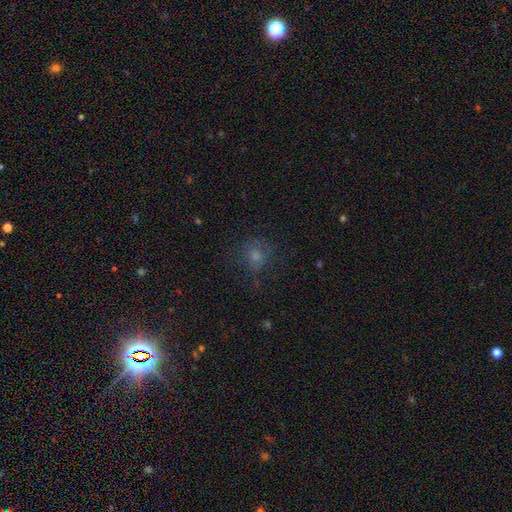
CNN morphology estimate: This appears to be a smooth galaxy with no disk features (48%). Merging: none (73%).